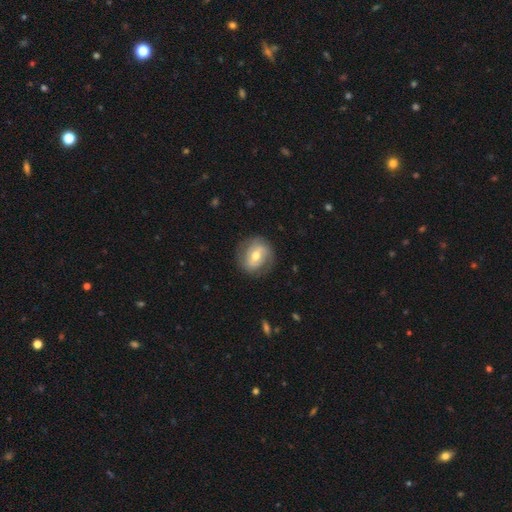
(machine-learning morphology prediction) Smooth or featured? featured or disk (55%)
Edge-on disk? no (95%)
Bar? weak (43%)
Spiral arms? yes (66%)
Bulge size? moderate (74%)
Merging? none (77%)